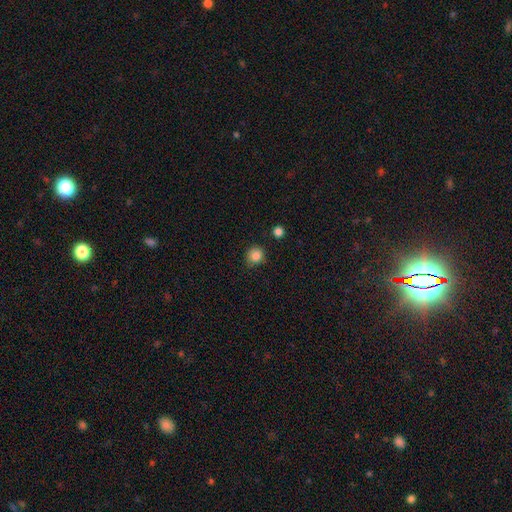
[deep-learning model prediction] A smooth galaxy with no disk features (85%) that is round (88%). Merging: none (82%).